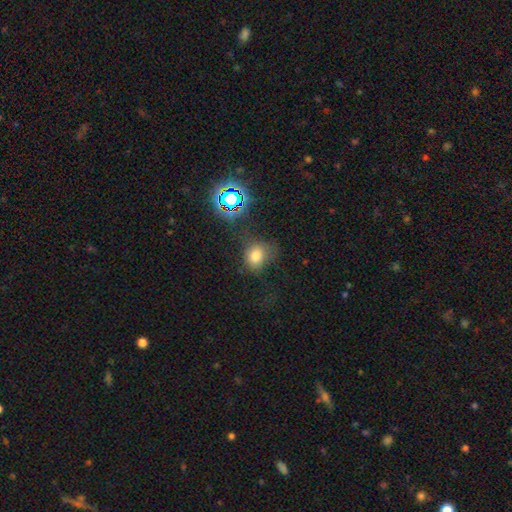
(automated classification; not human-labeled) A smooth galaxy with no disk features (71%) that is round (53%). Merging: none (52%).